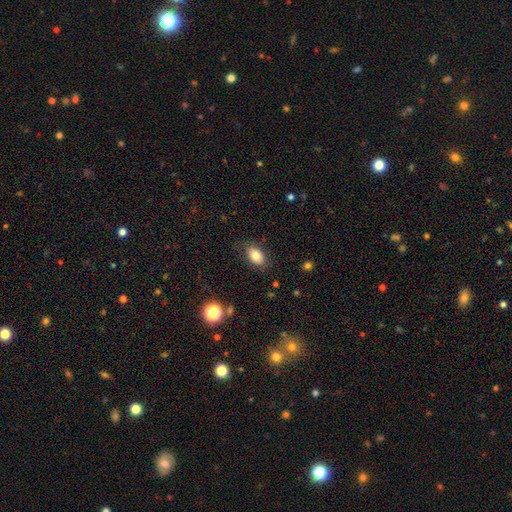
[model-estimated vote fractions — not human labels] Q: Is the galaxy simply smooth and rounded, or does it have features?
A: smooth — 79%.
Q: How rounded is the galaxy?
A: in between — 88%.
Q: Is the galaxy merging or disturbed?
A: none — 81%.